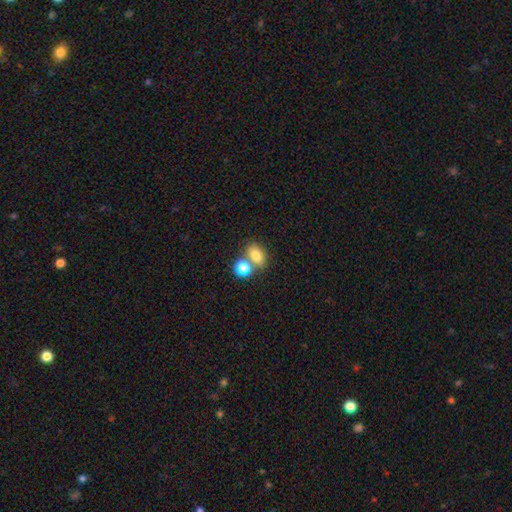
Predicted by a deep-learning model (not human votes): Morphology: type=smooth (79%); roundness=in between (65%); merging=none (53%).